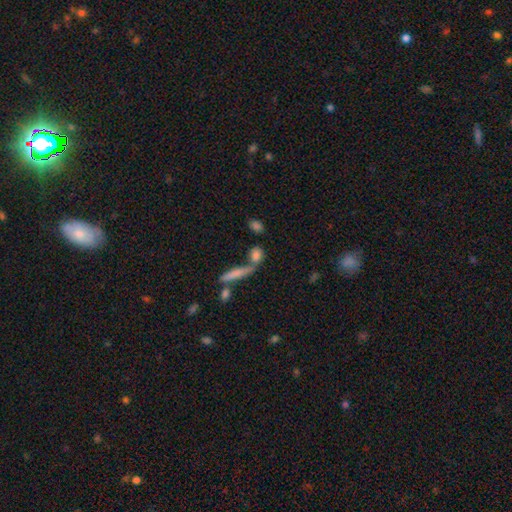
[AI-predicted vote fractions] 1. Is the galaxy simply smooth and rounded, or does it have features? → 76% smooth, 14% featured or disk, 10% star or artifact.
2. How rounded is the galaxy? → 43% in between, 33% cigar-shaped, 24% round.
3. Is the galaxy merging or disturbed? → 55% none, 26% merger, 13% minor disturbance, 6% major disturbance.